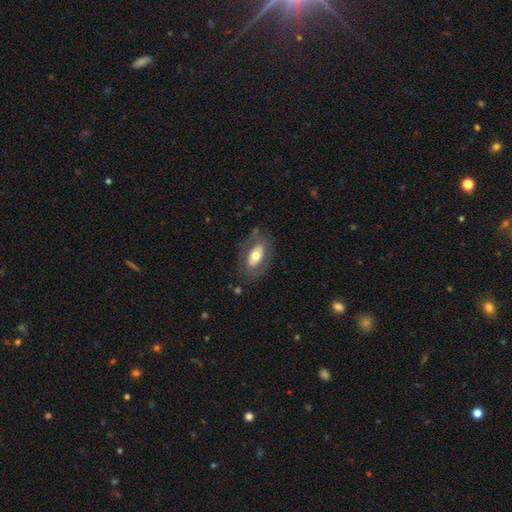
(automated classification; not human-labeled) Smooth or featured? Predicted: smooth (p=0.51). How rounded? Predicted: in between (p=0.90). Merging? Predicted: none (p=0.73).